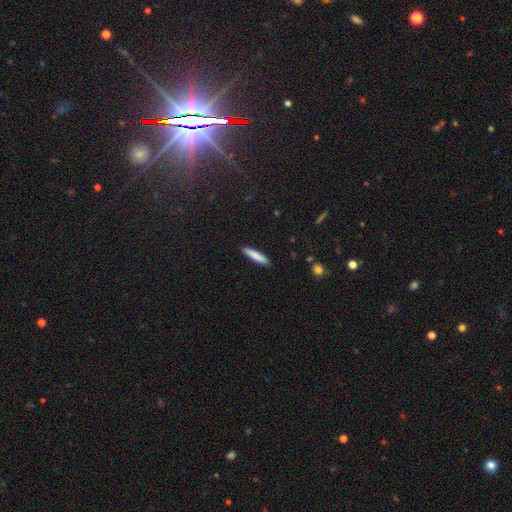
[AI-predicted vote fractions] Morphology: type=smooth (82%); roundness=cigar-shaped (90%); merging=none (91%).